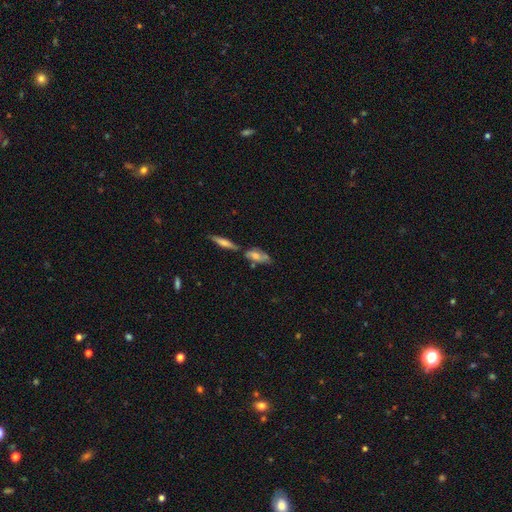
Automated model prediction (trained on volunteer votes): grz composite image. It shows a smooth galaxy with no disk features (57%) that is in between round and cigar-shaped (68%). Merging: none (50%).